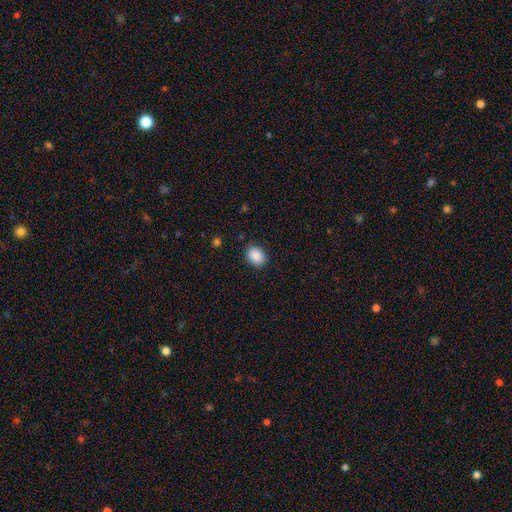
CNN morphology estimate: This is clearly a smooth galaxy (89%). How rounded: possibly in between (53%). Merging: clearly none (87%).